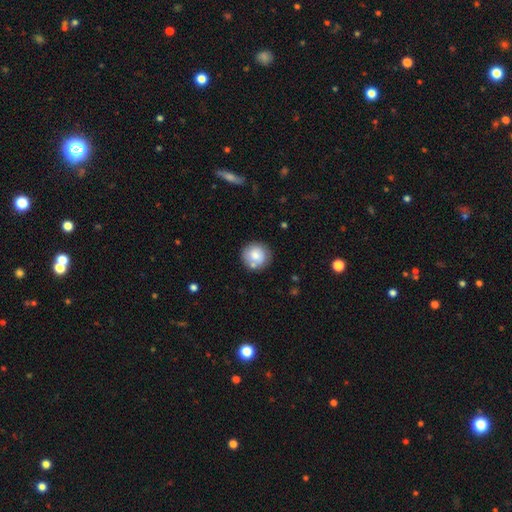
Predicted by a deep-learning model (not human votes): This appears to be a smooth galaxy with no disk features (77%) that is round (91%). Merging: none (72%).